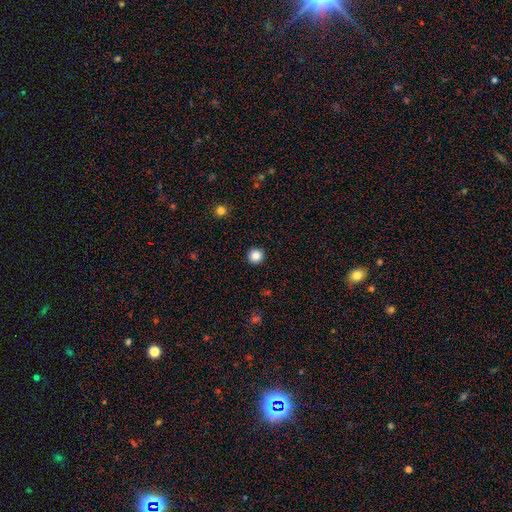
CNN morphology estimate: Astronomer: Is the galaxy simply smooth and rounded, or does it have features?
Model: smooth — 86%.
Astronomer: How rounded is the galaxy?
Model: round — 96%.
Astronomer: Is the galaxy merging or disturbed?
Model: none — 93%.